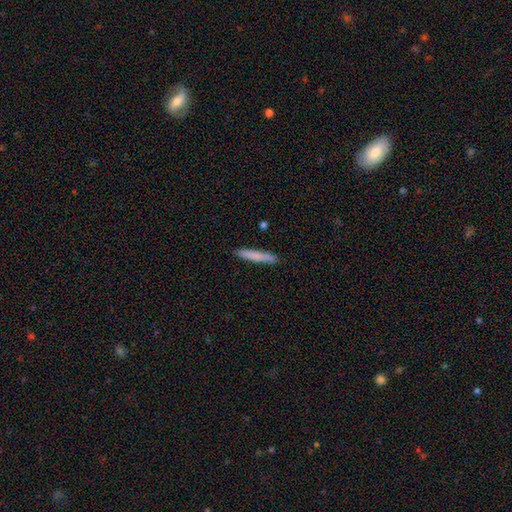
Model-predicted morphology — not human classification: smooth-or-featured: smooth: 78% | featured or disk: 16% | star or artifact: 6%
  how-rounded: cigar-shaped: 94% | in between: 5% | round: 1%
  merging: none: 88% | minor disturbance: 9% | major disturbance: 2% | merger: 1%